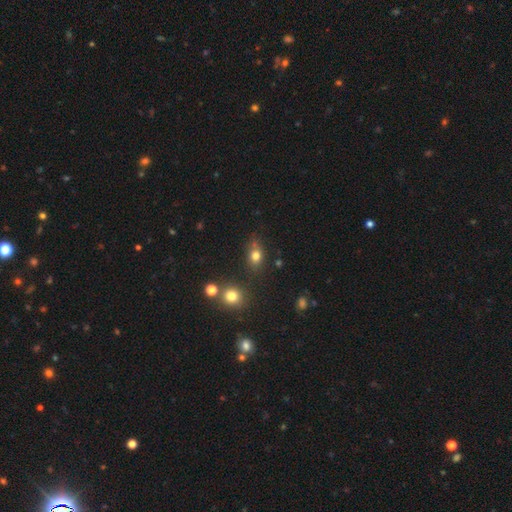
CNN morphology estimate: A smooth galaxy with no disk features (76%) that is in between round and cigar-shaped (54%).

Vote fractions:
- Smooth or featured? smooth: 76% / star or artifact: 15% / featured or disk: 8%
- How rounded? in between: 54% / round: 44% / cigar-shaped: 2%
- Merging? none: 70% / minor disturbance: 16% / merger: 8% / major disturbance: 5%